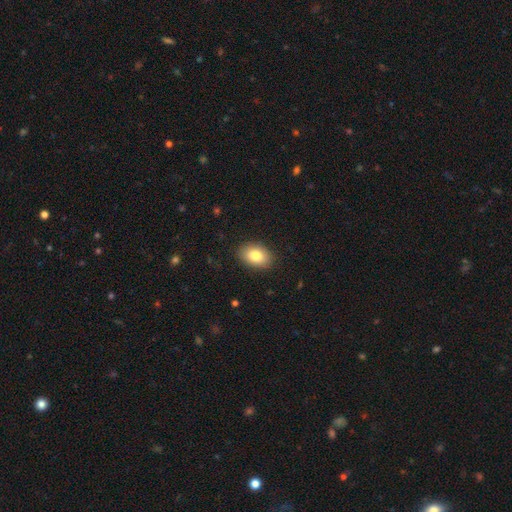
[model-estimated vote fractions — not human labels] Smooth or featured?
  - smooth: 82% *
  - featured or disk: 10%
  - star or artifact: 8%
How rounded?
  - in between: 82% *
  - round: 17%
  - cigar-shaped: 1%
Merging?
  - none: 88% *
  - minor disturbance: 9%
  - major disturbance: 2%
  - merger: 1%